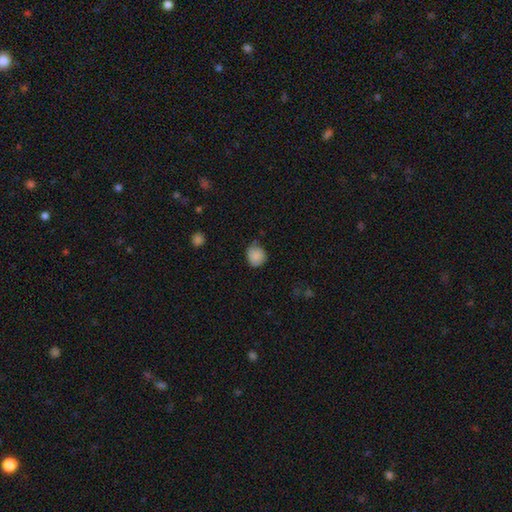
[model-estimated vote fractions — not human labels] smooth-or-featured: smooth: 87% | star or artifact: 8% | featured or disk: 6%
  how-rounded: round: 82% | in between: 17% | cigar-shaped: 1%
  merging: none: 72% | minor disturbance: 22% | major disturbance: 4% | merger: 2%